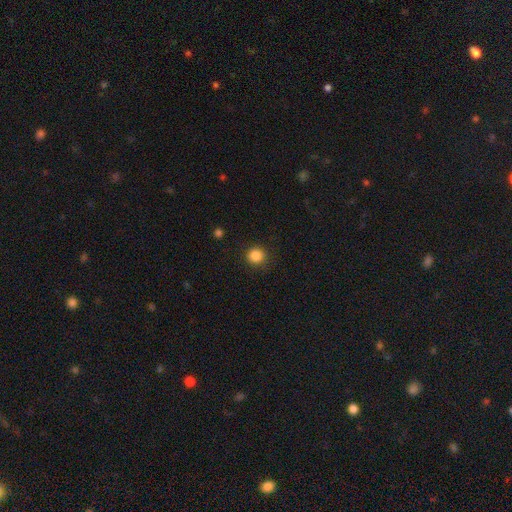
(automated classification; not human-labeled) This appears to be a smooth galaxy with no disk features (85%) that is round (92%). Merging: none (90%).